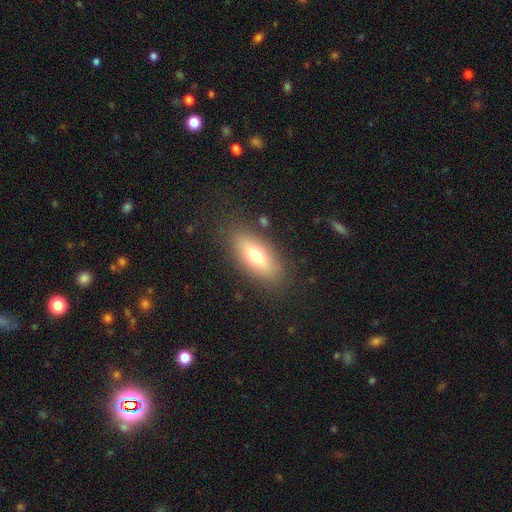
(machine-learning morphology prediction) smooth-or-featured: smooth: 68% | featured or disk: 24% | star or artifact: 8%
  how-rounded: in between: 76% | cigar-shaped: 21% | round: 3%
  merging: none: 83% | minor disturbance: 11% | major disturbance: 4% | merger: 2%